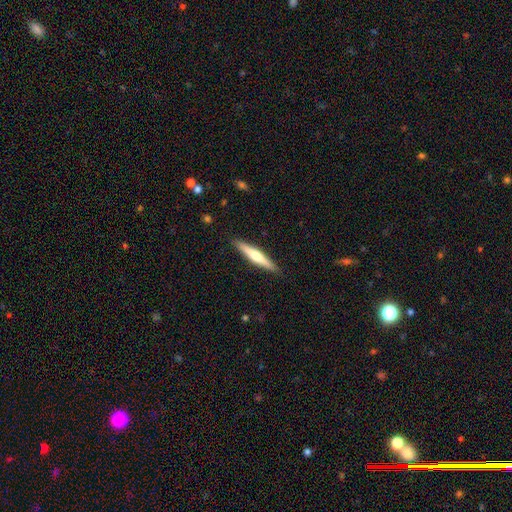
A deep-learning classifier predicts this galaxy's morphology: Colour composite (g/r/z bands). It shows a featured or disk galaxy (52%) viewed edge-on (97%) with a rounded central bulge (81%). Merging: none (90%).